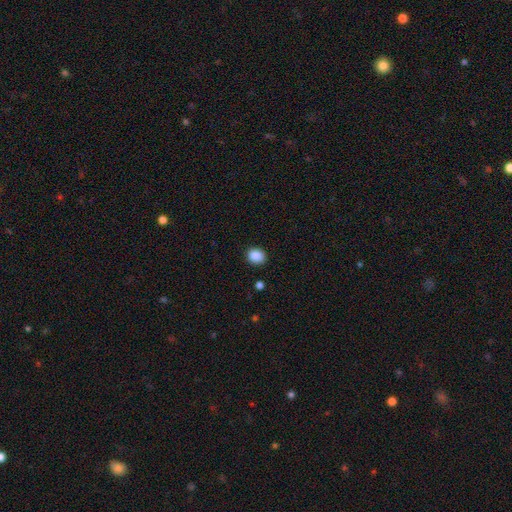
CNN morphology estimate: type=smooth (88%); roundness=round (63%); merging=none (89%).